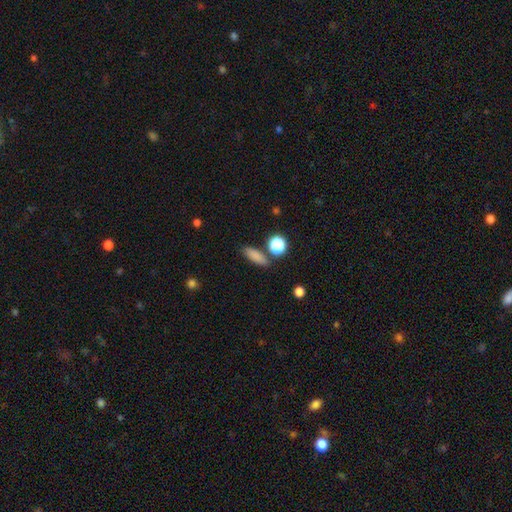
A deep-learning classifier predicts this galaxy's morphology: smooth_or_featured: smooth (p=0.82) [alt: star or artifact p=0.11]
how_rounded: in between (p=0.55) [alt: cigar-shaped p=0.35]
merging: none (p=0.80) [alt: minor disturbance p=0.10]